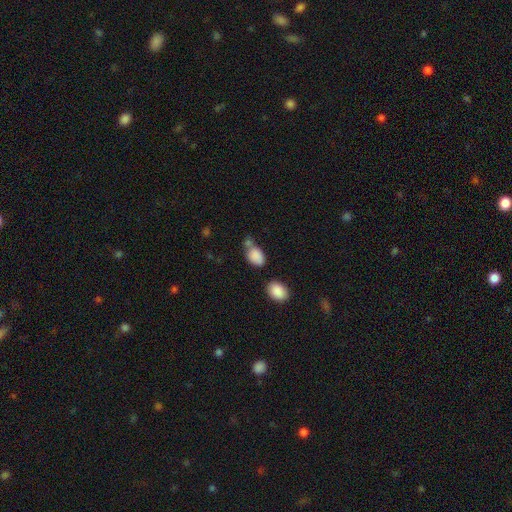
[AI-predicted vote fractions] This appears to be a smooth galaxy with no disk features (86%) that is in between round and cigar-shaped (82%). Merging: none (48%).